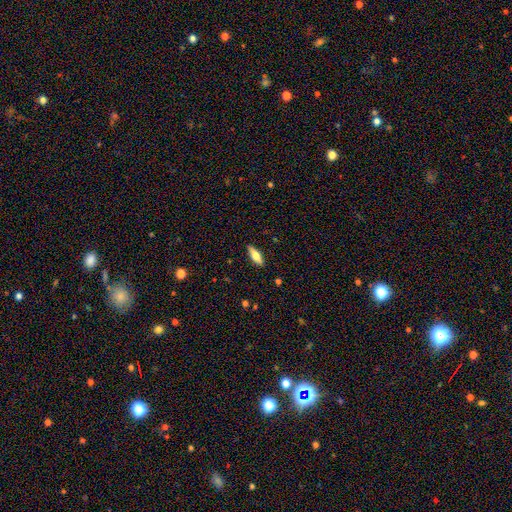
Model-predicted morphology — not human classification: This appears to be a smooth galaxy with no disk features (65%) that is in between round and cigar-shaped (58%). Merging: none (88%).